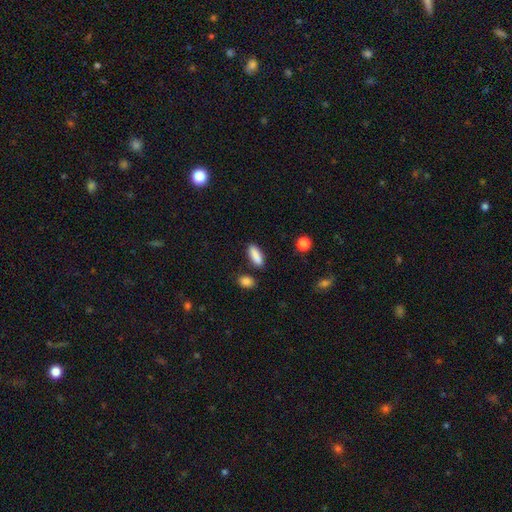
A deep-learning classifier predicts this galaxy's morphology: smooth 89%, star or artifact 7%, featured or disk 5%. Down the decision tree: how rounded — in between (67%); merging — none (82%).